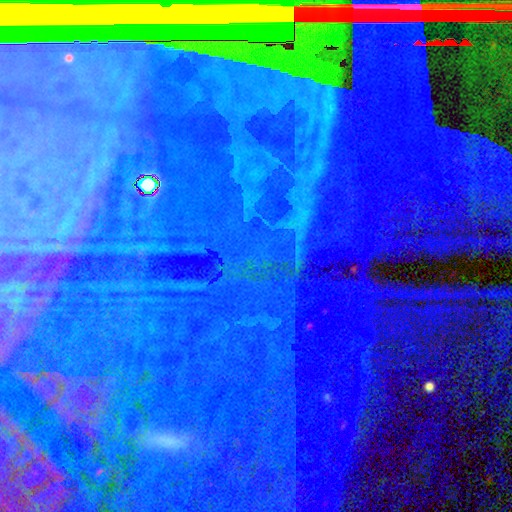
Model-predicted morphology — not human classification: Smooth or featured?
  - star or artifact: 87% *
  - featured or disk: 7%
  - smooth: 6%